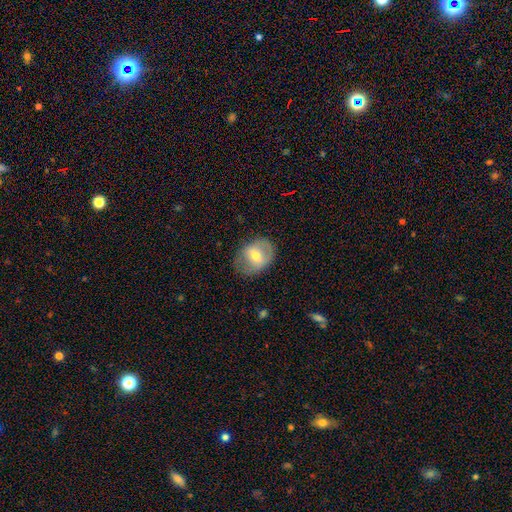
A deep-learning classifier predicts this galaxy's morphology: Overall: smooth (52%; featured or disk 41%). How rounded: in between (58%; round 40%). Merging: none (75%).